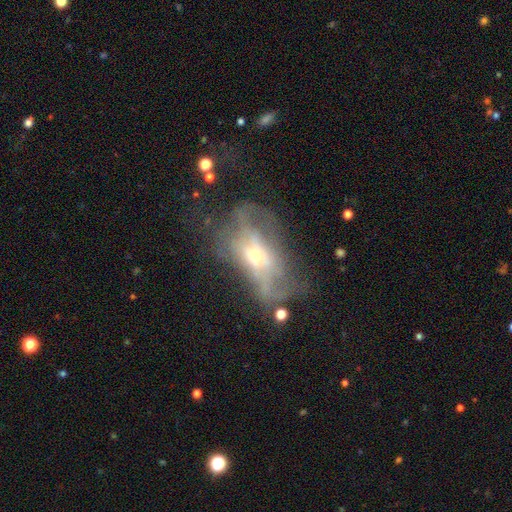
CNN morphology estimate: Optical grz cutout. It shows a featured or disk galaxy (63%) with no bar (75%), no spiral arms (66%) and a small central bulge (49%). Merging: major disturbance (47%).